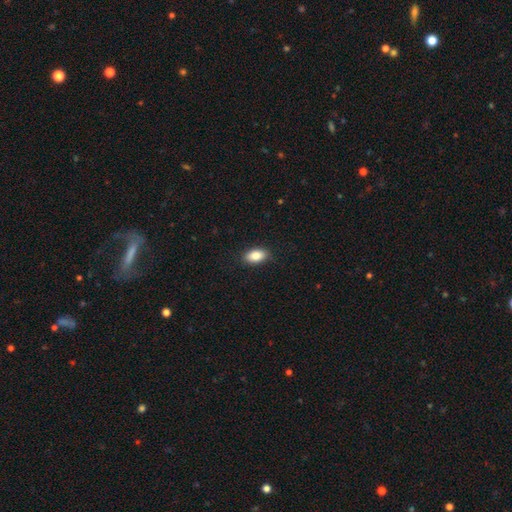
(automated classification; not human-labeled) smooth-or-featured: smooth: 86% | star or artifact: 7% | featured or disk: 6%
  how-rounded: in between: 91% | round: 6% | cigar-shaped: 3%
  merging: none: 88% | minor disturbance: 9% | major disturbance: 2% | merger: 1%